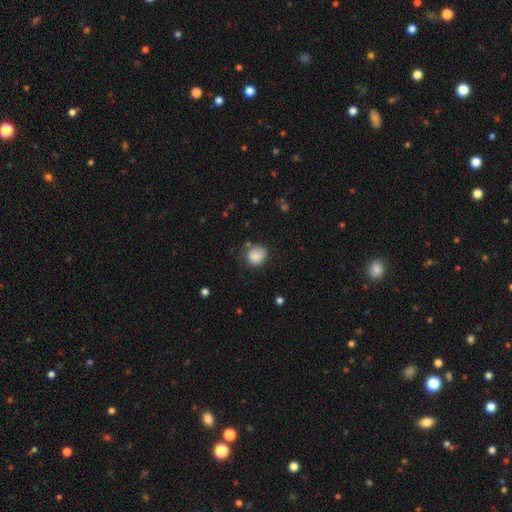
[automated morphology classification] This appears to be a smooth galaxy with no disk features (86%) that is round (75%). Merging: none (70%).